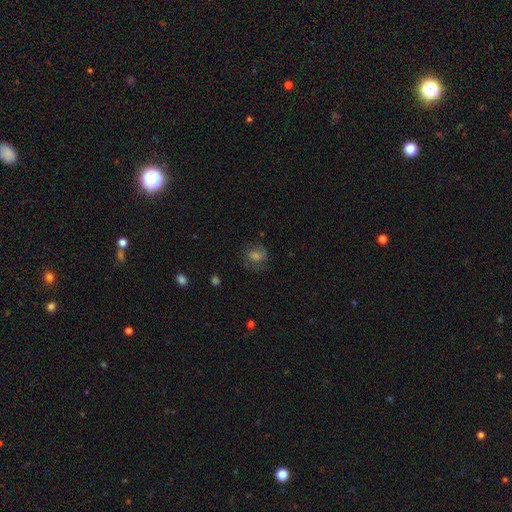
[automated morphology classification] Overall: smooth (40%; featured or disk 38%). Merging: none (70%).